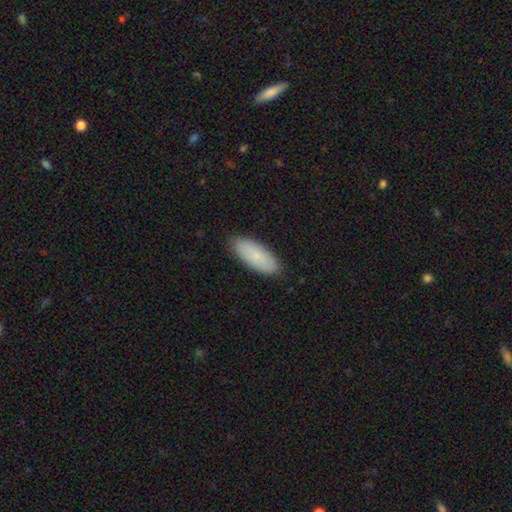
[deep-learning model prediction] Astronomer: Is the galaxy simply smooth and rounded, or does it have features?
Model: smooth — 84%.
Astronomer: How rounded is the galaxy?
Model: in between — 83%.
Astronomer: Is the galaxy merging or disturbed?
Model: none — 87%.